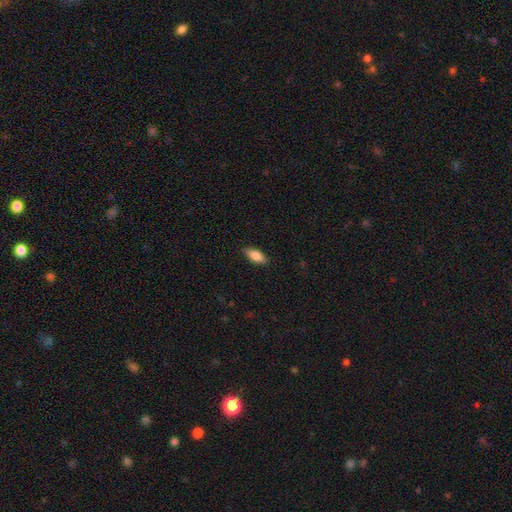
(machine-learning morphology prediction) Q: Smooth or featured?
A: smooth (80%); runner-up: featured or disk (14%)
Q: How rounded?
A: in between (81%); runner-up: cigar-shaped (17%)
Q: Merging?
A: none (87%); runner-up: minor disturbance (10%)